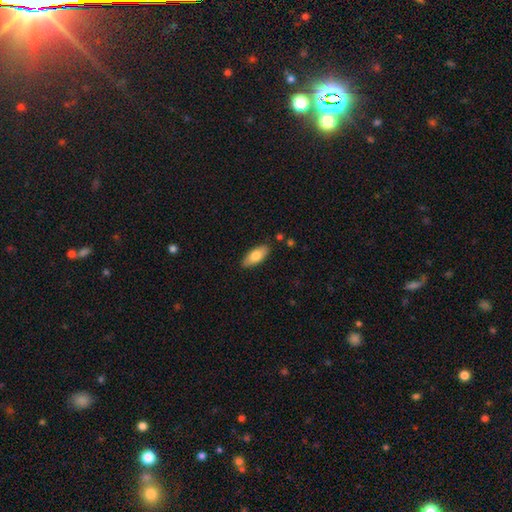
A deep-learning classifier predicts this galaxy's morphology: This is likely a smooth galaxy (76%). How rounded: clearly in between (84%). Merging: clearly none (85%).